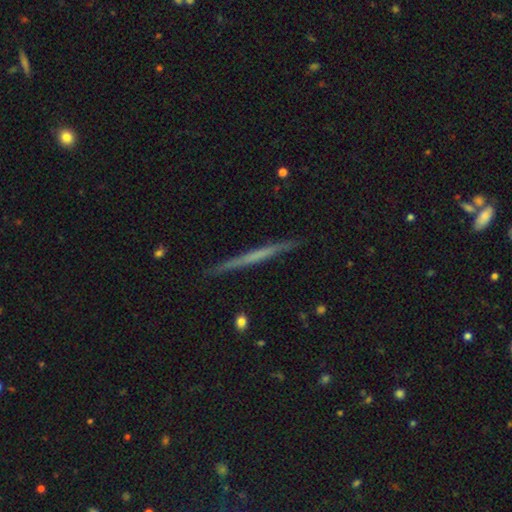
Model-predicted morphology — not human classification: This appears to be a featured or disk galaxy (55%) viewed edge-on (97%) with no central bulge (87%). Merging: none (91%).